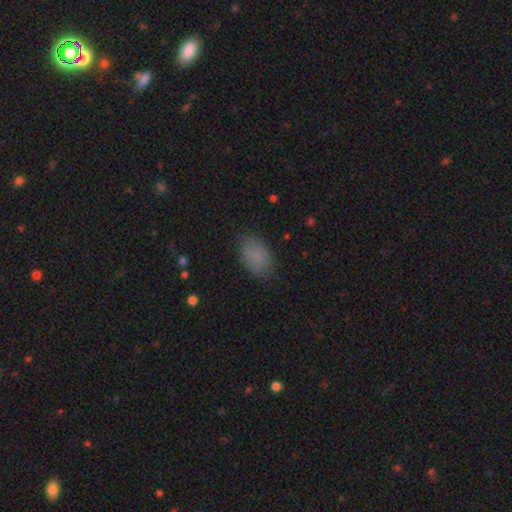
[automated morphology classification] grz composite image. It shows a smooth galaxy with no disk features (85%) that is in between round and cigar-shaped (91%). Merging: none (80%).